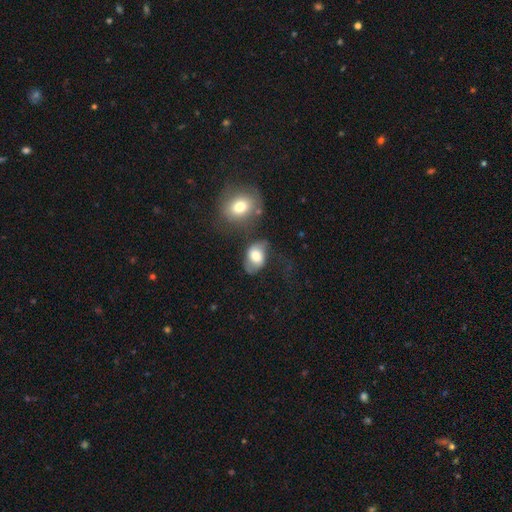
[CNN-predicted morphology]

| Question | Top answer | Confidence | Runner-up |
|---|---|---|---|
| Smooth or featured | smooth | 58% | featured or disk (34%) |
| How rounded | in between | 80% | round (19%) |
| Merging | none | 42% | minor disturbance (26%) |